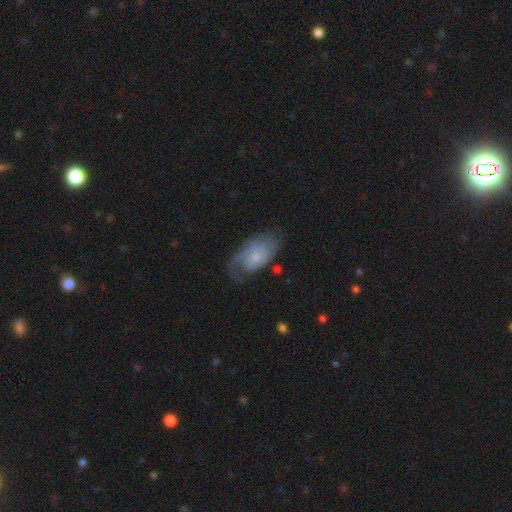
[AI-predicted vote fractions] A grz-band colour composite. It shows a featured or disk galaxy (57%) with no bar (73%), spiral arms (83%) and a small central bulge (57%). Merging: none (57%).